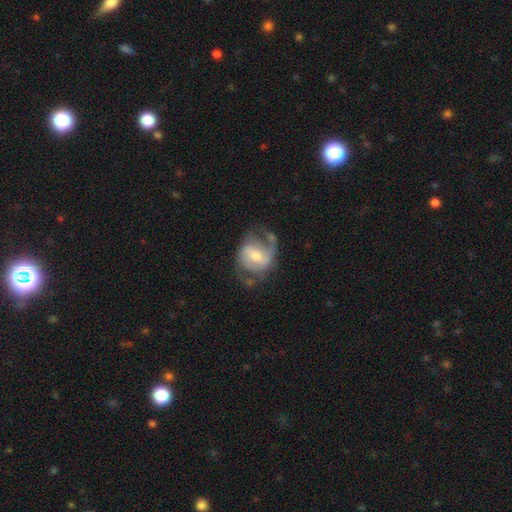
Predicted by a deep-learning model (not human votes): featured or disk 81%, smooth 14%, star or artifact 5%. Down the decision tree: edge-on disk — no (97%); bar — weak (51%); spiral arms — yes (93%); spiral arm count — 2 (74%); spiral winding — medium (48%); bulge size — moderate (57%); merging — none (55%).